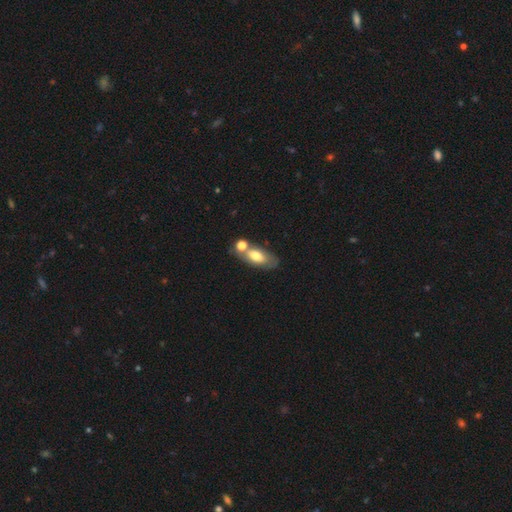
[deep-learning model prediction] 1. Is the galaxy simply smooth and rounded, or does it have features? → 65% smooth, 27% featured or disk, 8% star or artifact.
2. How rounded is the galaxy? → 83% in between, 10% cigar-shaped, 6% round.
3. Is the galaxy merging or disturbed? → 46% none, 35% merger, 14% minor disturbance, 5% major disturbance.